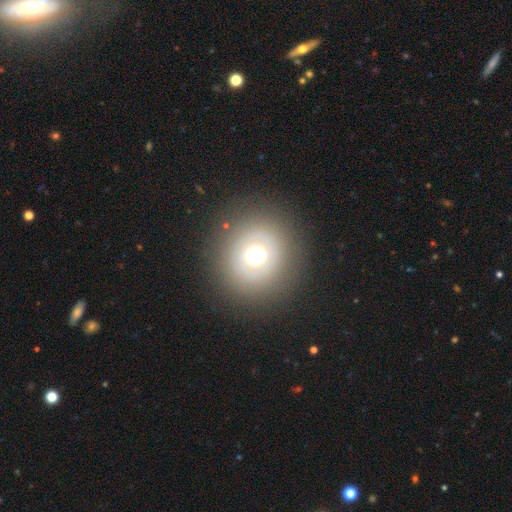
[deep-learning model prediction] Q: Smooth or featured?
A: smooth (58%); runner-up: featured or disk (27%)
Q: How rounded?
A: round (91%); runner-up: in between (8%)
Q: Merging?
A: none (86%); runner-up: minor disturbance (7%)